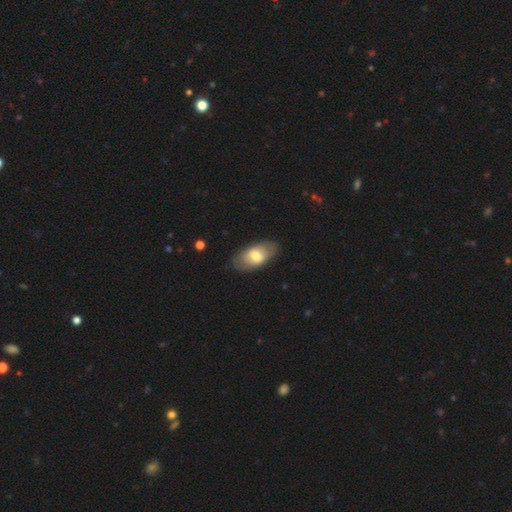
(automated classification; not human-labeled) Smooth or featured? smooth (56%)
How rounded? in between (92%)
Merging? none (79%)